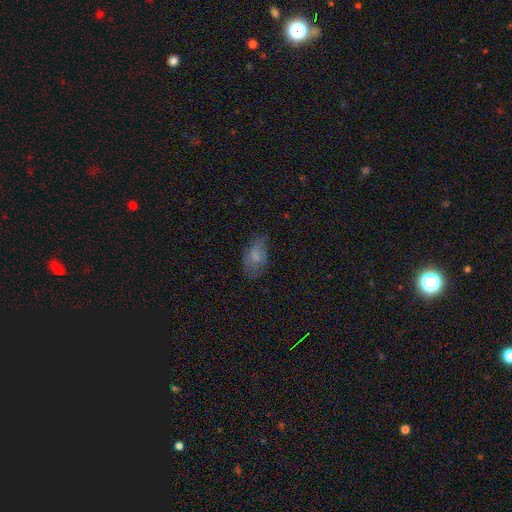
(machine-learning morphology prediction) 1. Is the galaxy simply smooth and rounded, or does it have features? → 70% smooth, 19% featured or disk, 10% star or artifact.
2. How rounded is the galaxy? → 90% in between, 8% round, 2% cigar-shaped.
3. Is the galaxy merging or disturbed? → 53% none, 30% minor disturbance, 15% major disturbance, 2% merger.